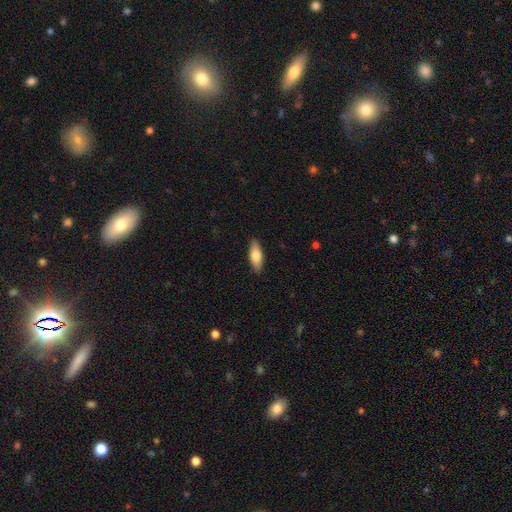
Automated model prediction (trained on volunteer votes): The model was most divided on "how rounded": in between: 69%, cigar-shaped: 28%, round: 3%. More confident: merging — none (89%); smooth or featured — smooth (72%).